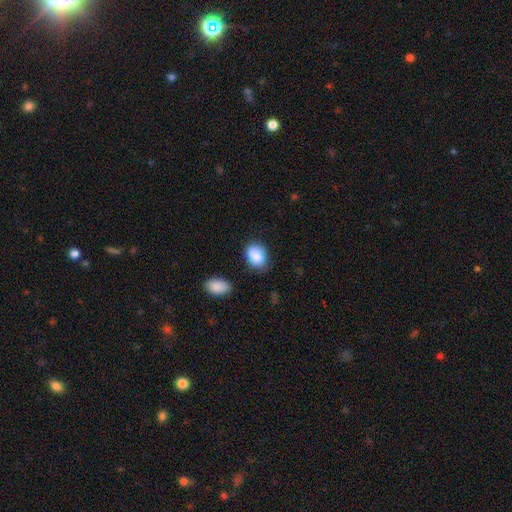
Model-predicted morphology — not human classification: Smooth or featured: smooth — 88% (star or artifact — 7%)
How rounded: in between — 81% (round — 17%)
Merging: none — 72% (minor disturbance — 20%)